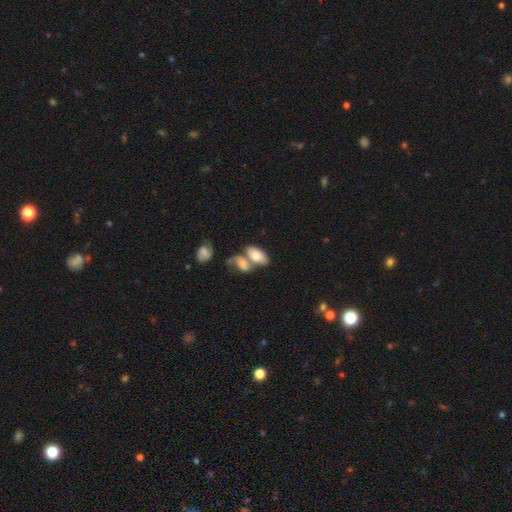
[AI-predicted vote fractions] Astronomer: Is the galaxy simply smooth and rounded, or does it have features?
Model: smooth — 73%.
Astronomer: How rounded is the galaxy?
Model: in between — 92%.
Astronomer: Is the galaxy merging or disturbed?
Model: merger — 50% (runner-up: none, 33%).